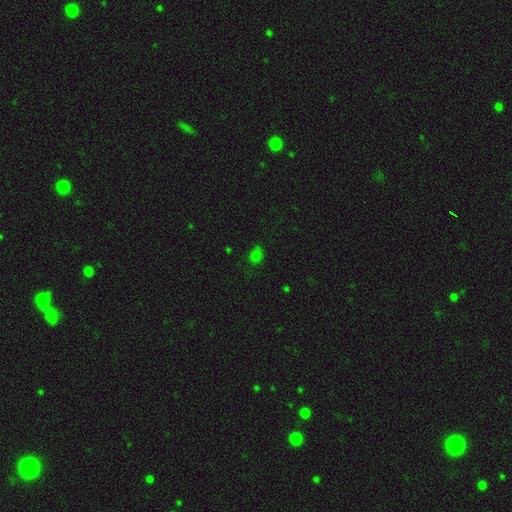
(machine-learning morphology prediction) Overall: smooth (71%). How rounded: round (51%; in between 48%). Merging: none (69%).